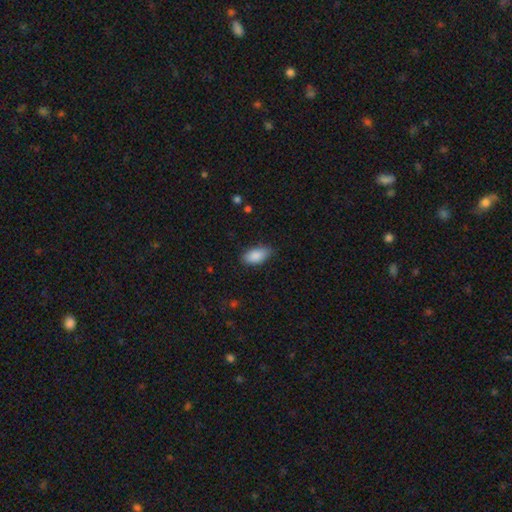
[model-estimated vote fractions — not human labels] Smooth or featured?
  - smooth: 88% *
  - star or artifact: 6%
  - featured or disk: 5%
How rounded?
  - in between: 93% *
  - cigar-shaped: 4%
  - round: 3%
Merging?
  - none: 81% *
  - minor disturbance: 15%
  - major disturbance: 3%
  - merger: 1%